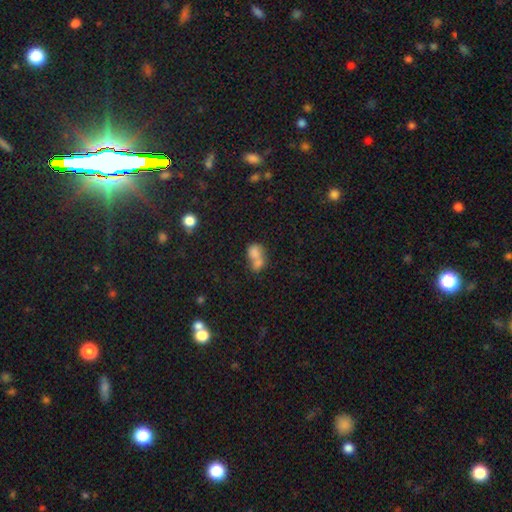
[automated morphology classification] smooth_or_featured: smooth (p=0.75) [alt: featured or disk p=0.14]
how_rounded: in between (p=0.61) [alt: round p=0.37]
merging: merger (p=0.71) [alt: none p=0.18]